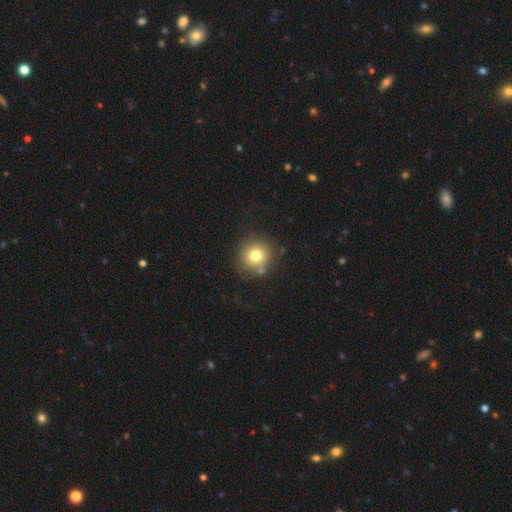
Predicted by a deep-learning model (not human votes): smooth_or_featured: smooth (p=0.76) [alt: star or artifact p=0.12]
how_rounded: round (p=0.92) [alt: in between p=0.07]
merging: none (p=0.80) [alt: minor disturbance p=0.11]